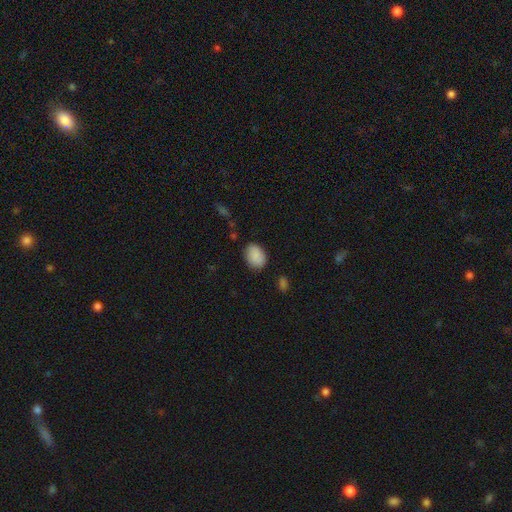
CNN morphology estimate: A smooth galaxy with no disk features (89%) that is in between round and cigar-shaped (72%). Merging: none (83%).